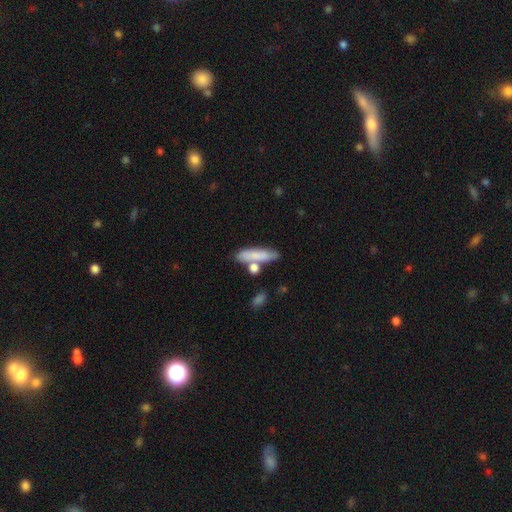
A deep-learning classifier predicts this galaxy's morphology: A smooth galaxy with no disk features (74%) that is cigar-shaped (65%).

Vote fractions:
- Smooth or featured? smooth: 74% / featured or disk: 19% / star or artifact: 7%
- How rounded? cigar-shaped: 65% / in between: 32% / round: 4%
- Merging? none: 60% / merger: 19% / minor disturbance: 16% / major disturbance: 5%